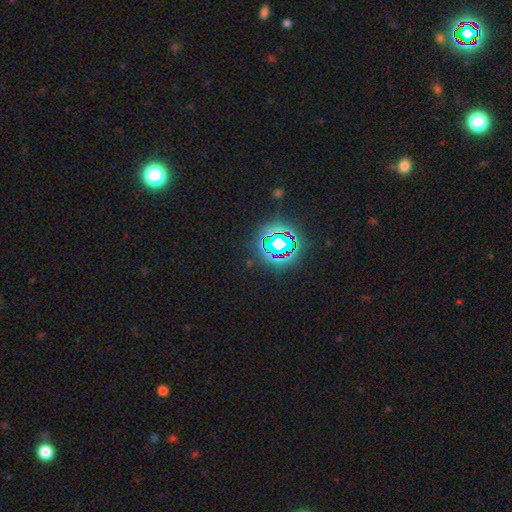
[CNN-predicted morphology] A star or artifact, not a galaxy (78%).

Vote fractions:
- Smooth or featured? star or artifact: 78% / smooth: 14% / featured or disk: 8%